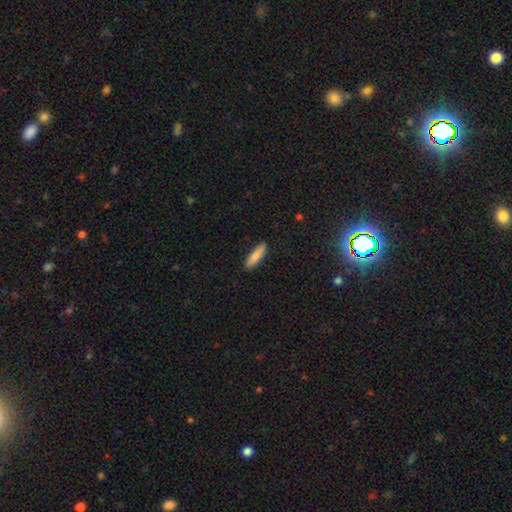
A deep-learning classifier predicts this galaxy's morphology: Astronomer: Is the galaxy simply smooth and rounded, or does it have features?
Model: smooth — 86%.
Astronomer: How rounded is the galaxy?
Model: cigar-shaped — 63%.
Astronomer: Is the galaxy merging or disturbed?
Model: none — 89%.